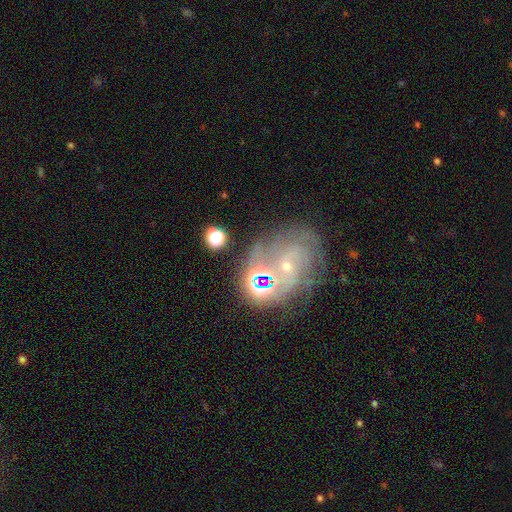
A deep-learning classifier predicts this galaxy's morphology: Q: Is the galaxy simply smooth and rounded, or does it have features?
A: featured or disk — 52%.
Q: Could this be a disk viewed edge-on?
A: no — 97%.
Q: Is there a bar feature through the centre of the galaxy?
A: no — 59%.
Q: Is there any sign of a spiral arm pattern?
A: yes — 80%.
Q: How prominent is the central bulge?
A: small — 62%.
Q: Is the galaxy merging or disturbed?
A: none — 54%.